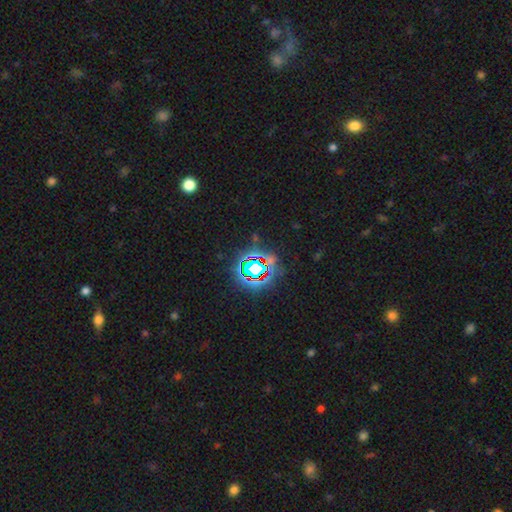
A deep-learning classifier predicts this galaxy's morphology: Smooth or featured: star or artifact — 80% (smooth — 12%)